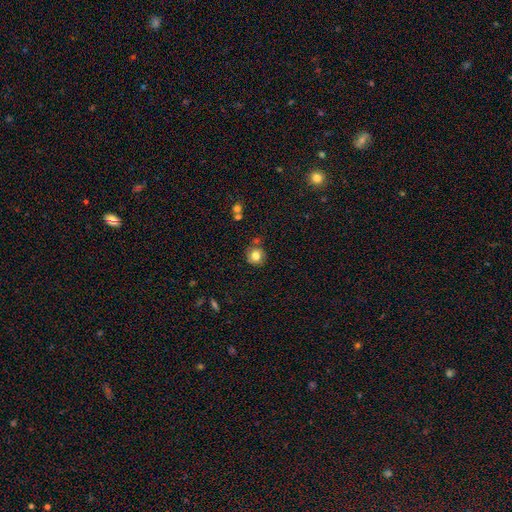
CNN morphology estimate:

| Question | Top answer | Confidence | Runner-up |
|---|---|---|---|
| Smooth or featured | smooth | 80% | star or artifact (11%) |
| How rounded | round | 88% | in between (11%) |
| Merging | none | 76% | minor disturbance (14%) |